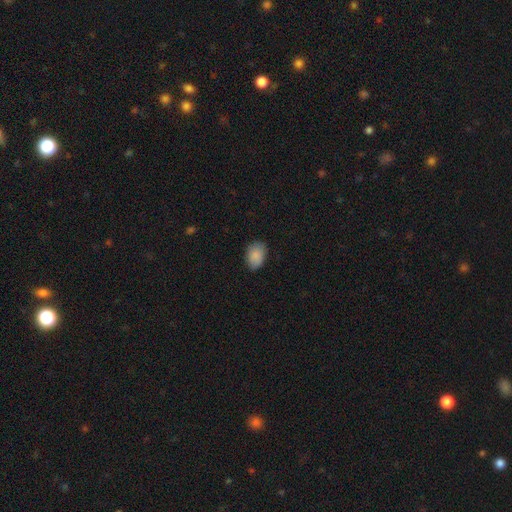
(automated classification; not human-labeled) Overall: smooth (88%). How rounded: in between (80%). Merging: none (82%).